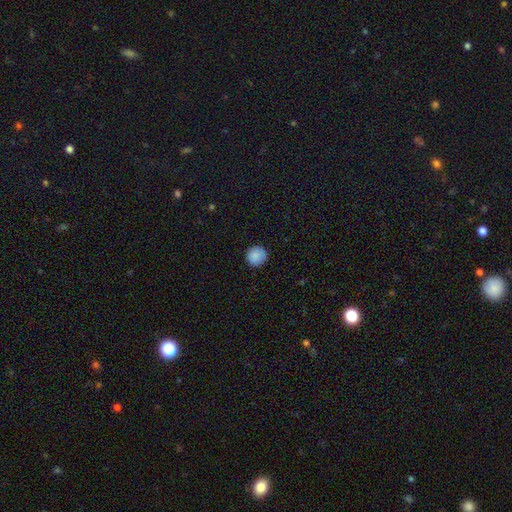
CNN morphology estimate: Smooth or featured? Predicted: smooth (p=0.88). How rounded? Predicted: round (p=0.95). Merging? Predicted: none (p=0.89).